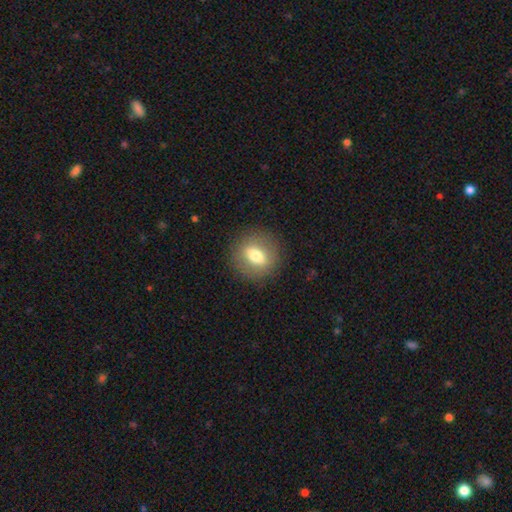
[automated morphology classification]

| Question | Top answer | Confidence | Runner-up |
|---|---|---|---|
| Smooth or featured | smooth | 63% | featured or disk (28%) |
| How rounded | round | 71% | in between (27%) |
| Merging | none | 87% | minor disturbance (9%) |